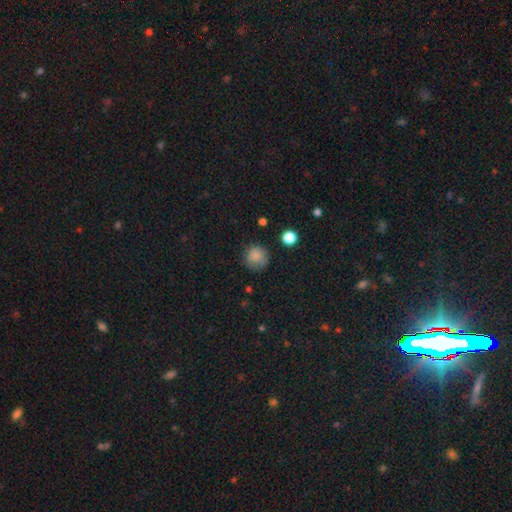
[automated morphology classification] Smooth or featured? Predicted: smooth (p=0.82). How rounded? Predicted: round (p=0.91). Merging? Predicted: none (p=0.73).